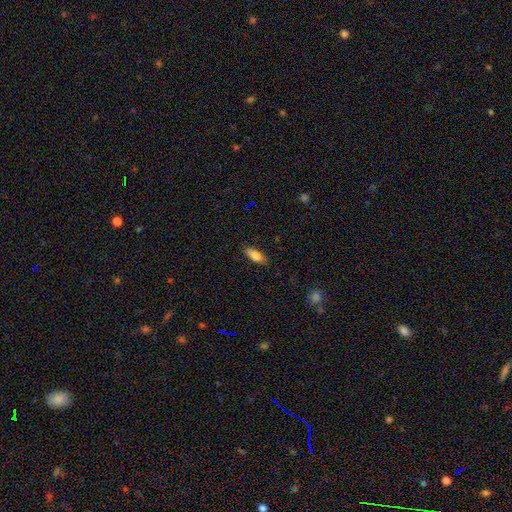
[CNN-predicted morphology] Smooth or featured: smooth — 78% (featured or disk — 15%)
How rounded: in between — 74% (cigar-shaped — 23%)
Merging: none — 86% (minor disturbance — 11%)